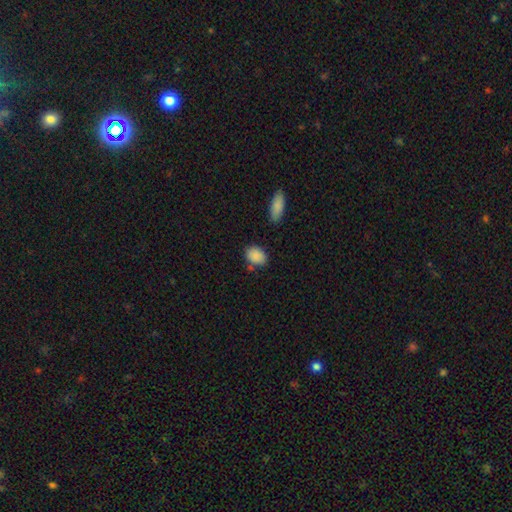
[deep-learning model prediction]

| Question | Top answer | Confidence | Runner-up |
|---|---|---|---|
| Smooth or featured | smooth | 88% | star or artifact (8%) |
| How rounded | in between | 70% | round (28%) |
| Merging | none | 72% | minor disturbance (18%) |